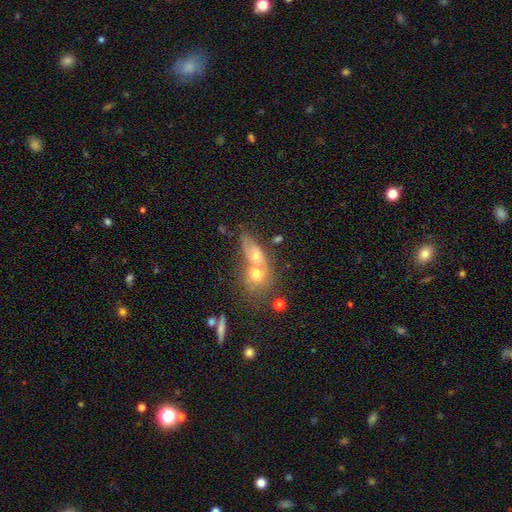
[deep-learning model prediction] This appears to be a smooth galaxy with no disk features (57%) that is in between round and cigar-shaped (57%). Merging: merger (64%).